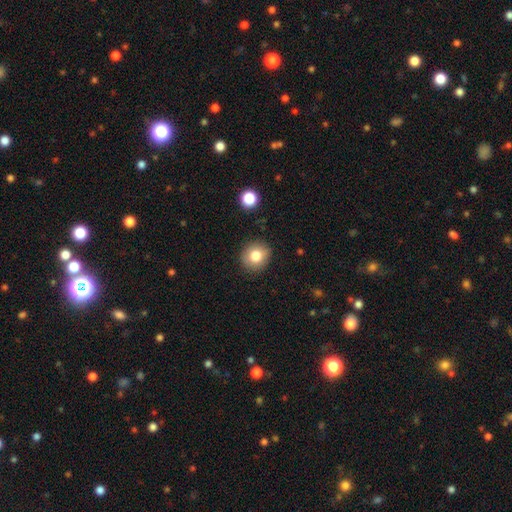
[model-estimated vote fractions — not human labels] Morphology: type=smooth (80%); roundness=round (86%); merging=none (89%).